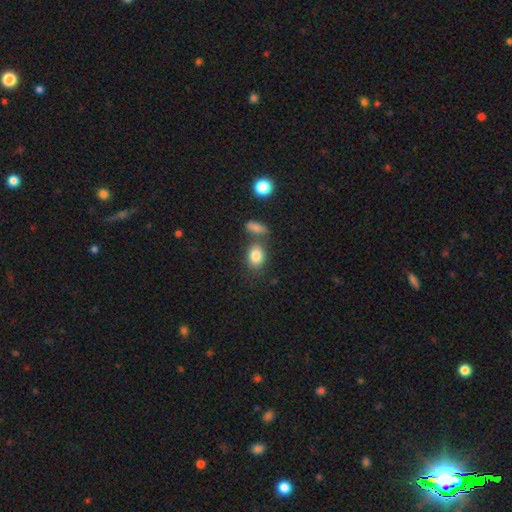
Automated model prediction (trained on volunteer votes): Smooth or featured? Predicted: smooth (p=0.83). How rounded? Predicted: in between (p=0.69). Merging? Predicted: none (p=0.64).